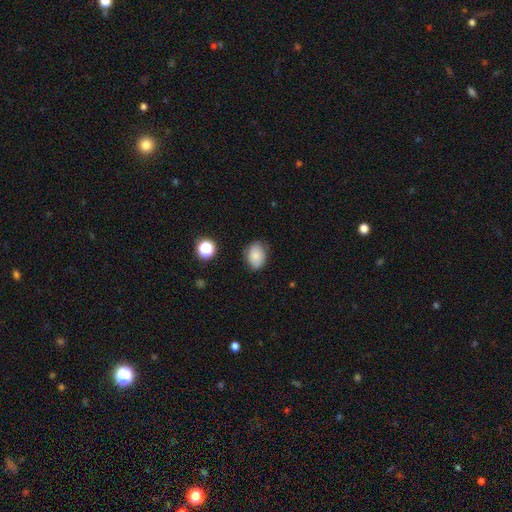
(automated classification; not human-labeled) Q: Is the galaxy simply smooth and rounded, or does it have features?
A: smooth — 81%.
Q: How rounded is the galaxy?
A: in between — 73%.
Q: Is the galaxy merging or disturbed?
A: none — 75%.